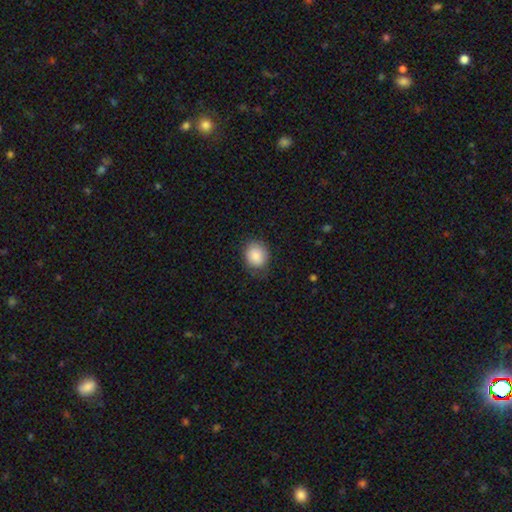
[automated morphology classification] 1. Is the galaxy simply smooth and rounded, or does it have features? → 87% smooth, 8% star or artifact, 5% featured or disk.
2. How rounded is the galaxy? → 71% round, 28% in between, 1% cigar-shaped.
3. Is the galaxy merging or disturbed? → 79% none, 16% minor disturbance, 4% major disturbance, 1% merger.